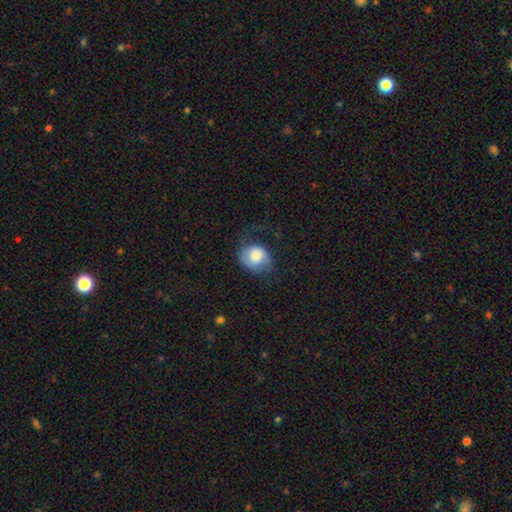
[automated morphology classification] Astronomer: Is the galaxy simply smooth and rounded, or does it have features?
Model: smooth — 73%.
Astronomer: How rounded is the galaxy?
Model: round — 61% (runner-up: in between, 38%).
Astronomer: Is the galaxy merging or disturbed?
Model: none — 47% (runner-up: minor disturbance, 27%).